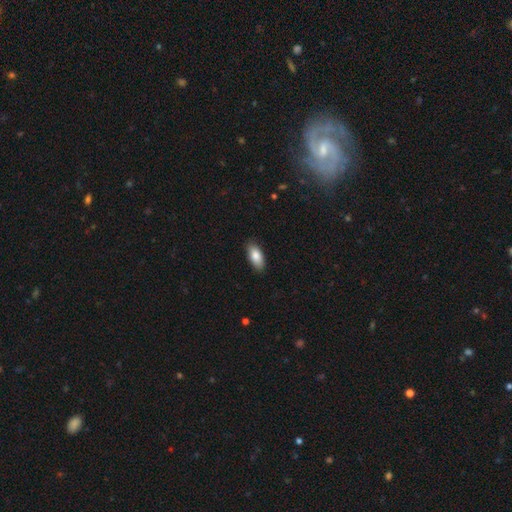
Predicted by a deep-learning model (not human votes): This appears to be a smooth galaxy with no disk features (84%) that is in between round and cigar-shaped (87%). Merging: none (87%).